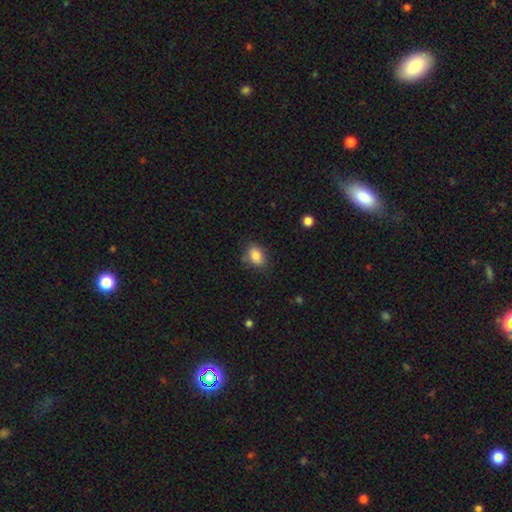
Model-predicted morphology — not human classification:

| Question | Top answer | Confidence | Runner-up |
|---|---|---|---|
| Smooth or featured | smooth | 85% | star or artifact (9%) |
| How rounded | in between | 75% | round (24%) |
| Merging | none | 75% | minor disturbance (18%) |